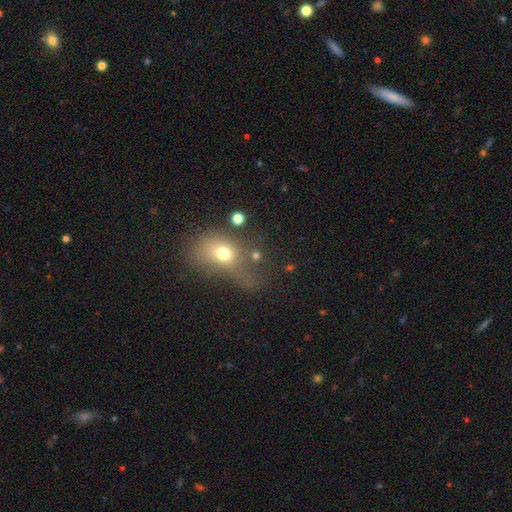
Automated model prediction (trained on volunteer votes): The model was most divided on "how rounded": round: 49%, in between: 48%, cigar-shaped: 3%. Remaining: smooth or featured — smooth (64%); merging — major disturbance (33%).